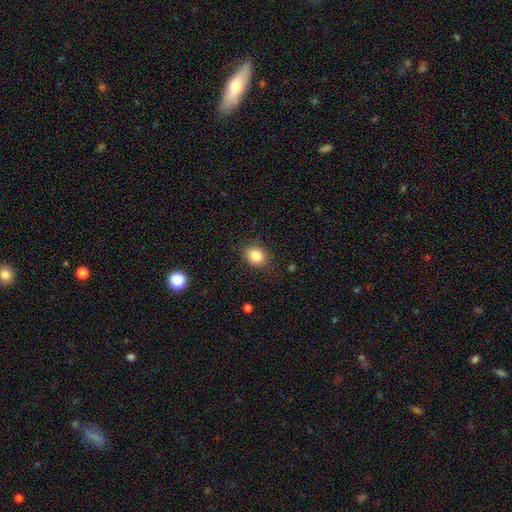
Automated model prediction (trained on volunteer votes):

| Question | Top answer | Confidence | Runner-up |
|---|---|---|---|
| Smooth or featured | smooth | 84% | star or artifact (10%) |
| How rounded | round | 54% | in between (45%) |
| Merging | none | 82% | minor disturbance (13%) |